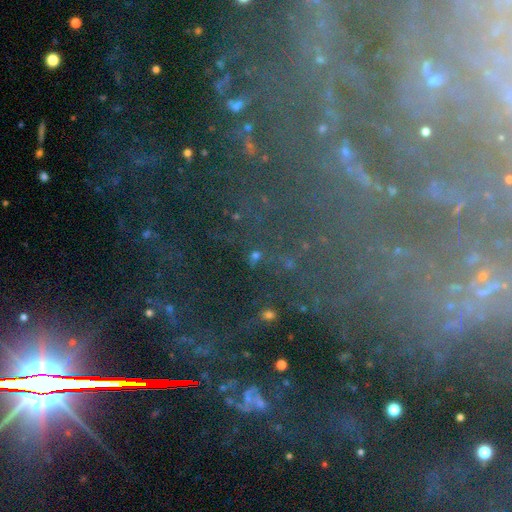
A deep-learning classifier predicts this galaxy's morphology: Smooth or featured: star or artifact — 53% (smooth — 34%)